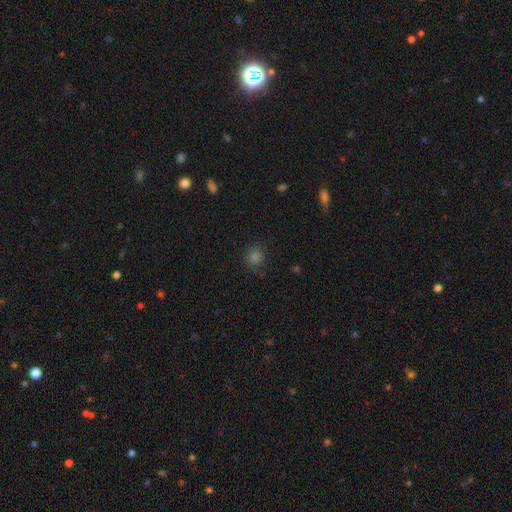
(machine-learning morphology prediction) Smooth or featured?
  - smooth: 73% *
  - star or artifact: 22%
  - featured or disk: 5%
How rounded?
  - round: 86% *
  - in between: 13%
  - cigar-shaped: 1%
Merging?
  - none: 83% *
  - minor disturbance: 12%
  - major disturbance: 4%
  - merger: 1%